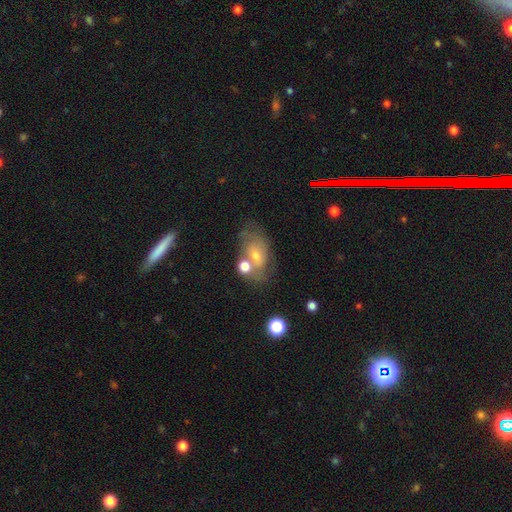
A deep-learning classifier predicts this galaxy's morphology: type=smooth (45%); merging=none (48%).